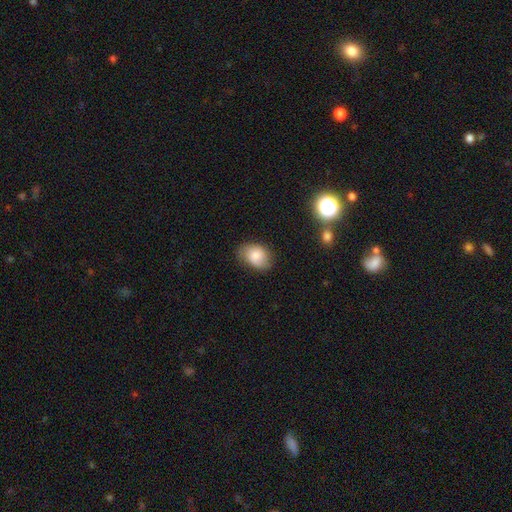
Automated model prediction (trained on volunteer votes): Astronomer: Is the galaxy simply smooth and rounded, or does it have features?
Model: smooth — 74%.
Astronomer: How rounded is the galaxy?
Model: in between — 73%.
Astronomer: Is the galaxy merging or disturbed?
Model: none — 67%.